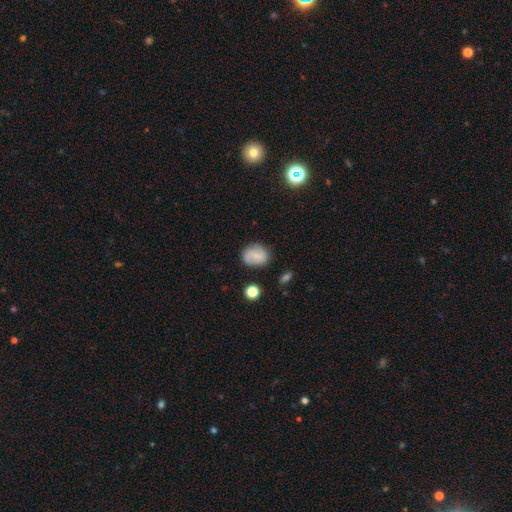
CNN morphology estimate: Smooth or featured?
  - smooth: 61% *
  - featured or disk: 29%
  - star or artifact: 10%
How rounded?
  - round: 58% *
  - in between: 41%
  - cigar-shaped: 1%
Merging?
  - none: 74% *
  - minor disturbance: 18%
  - major disturbance: 5%
  - merger: 3%